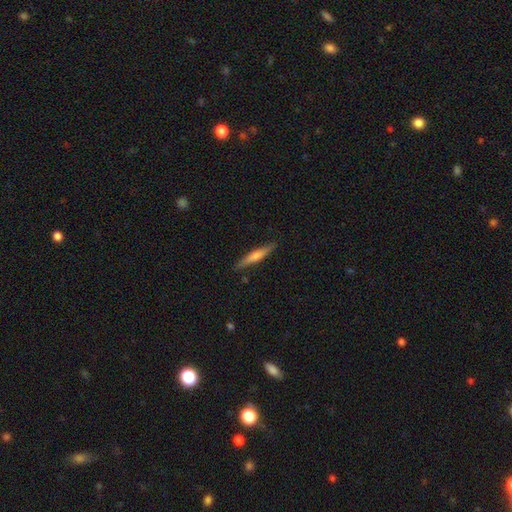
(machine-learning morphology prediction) This is possibly a featured or disk galaxy (47%, tied with smooth). Merging: clearly none (88%).